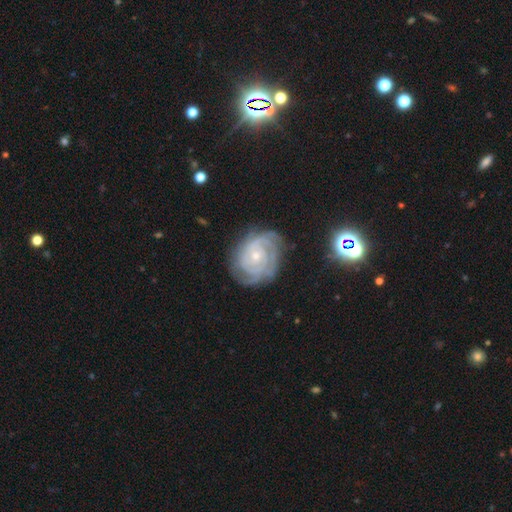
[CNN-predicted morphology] Smooth or featured? featured or disk (86%)
Edge-on disk? no (97%)
Bar? no (78%)
Spiral arms? yes (97%)
Spiral winding? tight (76%)
Spiral arm count? can't tell (27%)
Bulge size? small (73%)
Merging? none (73%)